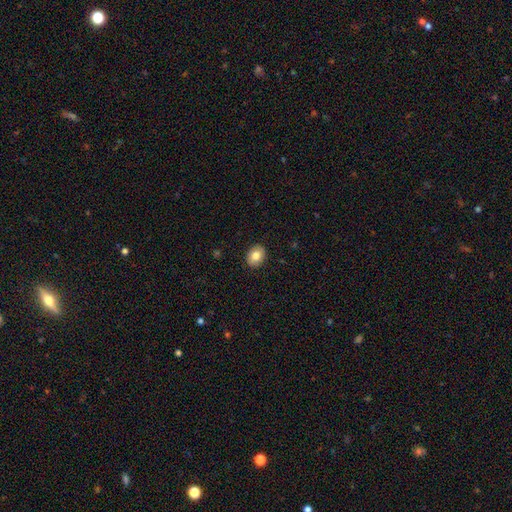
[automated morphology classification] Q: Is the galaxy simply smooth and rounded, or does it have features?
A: smooth — 82%.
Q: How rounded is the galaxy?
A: in between — 53%.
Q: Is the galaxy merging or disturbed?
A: none — 90%.